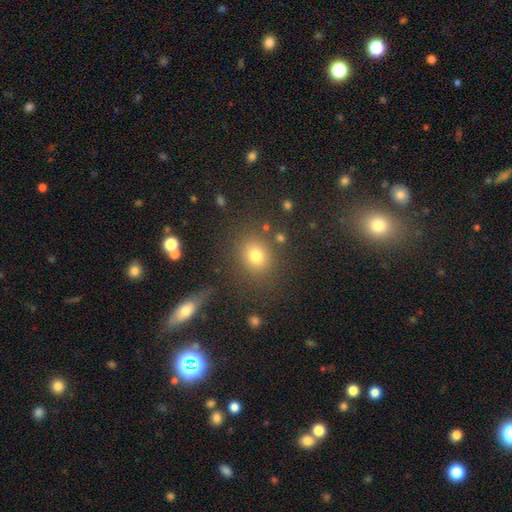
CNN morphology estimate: Overall: smooth (75%). How rounded: round (73%). Merging: none (80%).